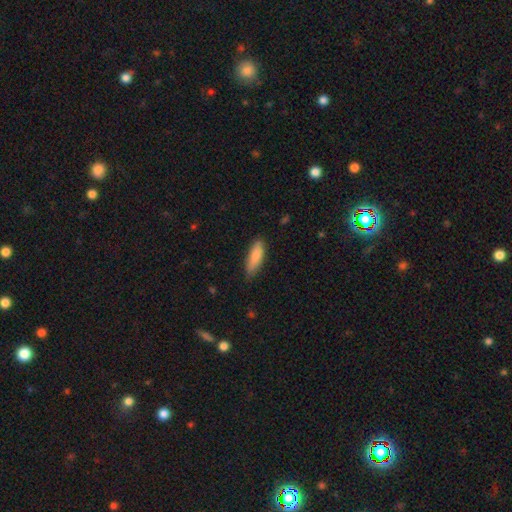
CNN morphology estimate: A smooth galaxy with no disk features (81%) that is in between round and cigar-shaped (52%). Merging: none (76%).